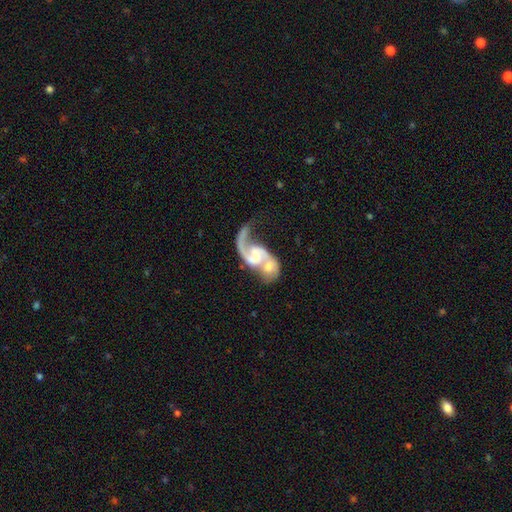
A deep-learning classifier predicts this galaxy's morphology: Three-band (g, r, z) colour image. It shows a featured or disk galaxy (85%) with a weak bar (44%), 2 (73%) loose (63%) spiral arms (94%) and a moderate central bulge (36%, tied with small). Merging: merger (61%).